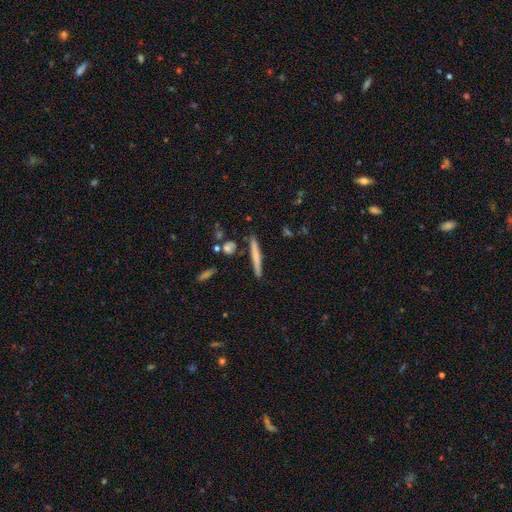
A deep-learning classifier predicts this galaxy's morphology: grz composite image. It shows a smooth galaxy with no disk features (61%) that is cigar-shaped (95%). Merging: none (87%).